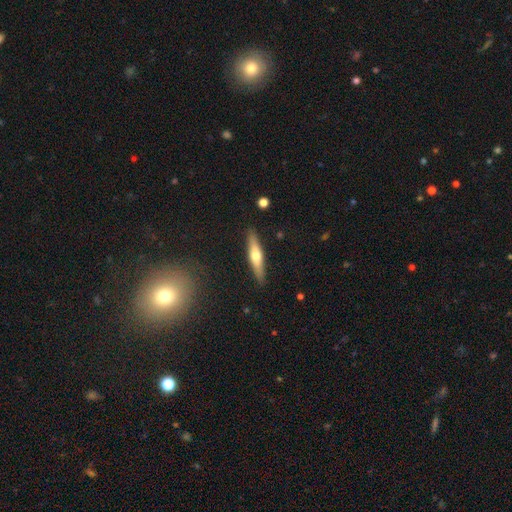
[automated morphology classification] type=featured or disk (49%); merging=none (89%).